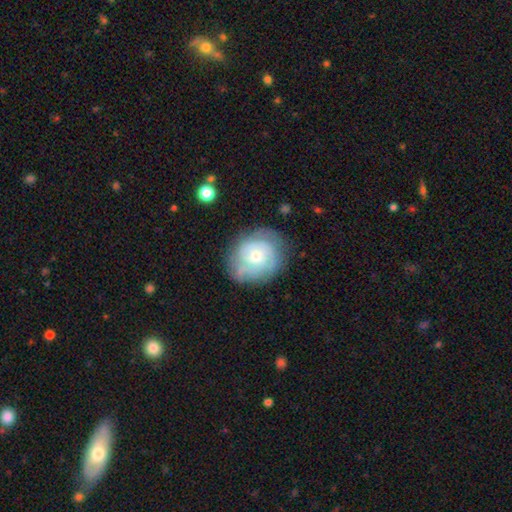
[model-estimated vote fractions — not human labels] A featured or disk galaxy (70%) with no bar (74%), tight (64%) spiral arms (87%) and a moderate central bulge (49%).

Vote fractions:
- Smooth or featured? featured or disk: 70% / smooth: 24% / star or artifact: 6%
- Edge-on disk? no: 98% / yes: 2%
- Bar? no: 74% / weak: 23% / strong: 3%
- Spiral arms? yes: 87% / no: 13%
- Spiral winding? tight: 64% / medium: 28% / loose: 8%
- Spiral arm count? can't tell: 42% / 2: 22% / 3: 20% / 4: 7% / 1: 5% / more than 4: 4%
- Bulge size? moderate: 49% / small: 45% / large: 3% / none: 2% / dominant: 1%
- Merging? none: 71% / minor disturbance: 20% / major disturbance: 7% / merger: 2%